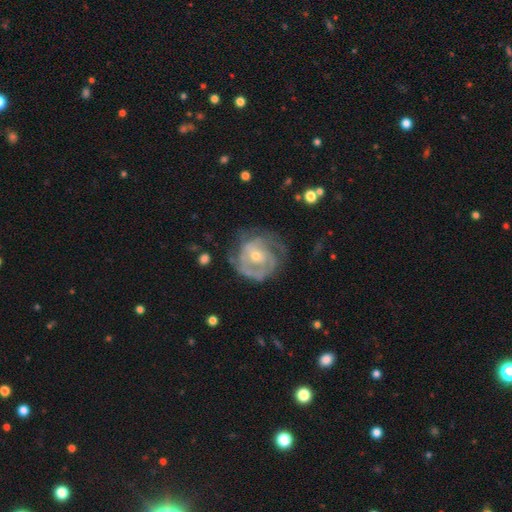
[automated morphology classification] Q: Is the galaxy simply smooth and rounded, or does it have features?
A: featured or disk — 84%.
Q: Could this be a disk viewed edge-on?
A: no — 98%.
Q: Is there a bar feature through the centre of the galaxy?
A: no — 64%.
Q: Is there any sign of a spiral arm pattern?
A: yes — 92%.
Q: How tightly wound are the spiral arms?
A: tight — 60%.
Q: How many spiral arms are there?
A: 2 — 33%.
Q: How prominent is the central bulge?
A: small — 54%.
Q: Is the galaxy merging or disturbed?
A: none — 61%.